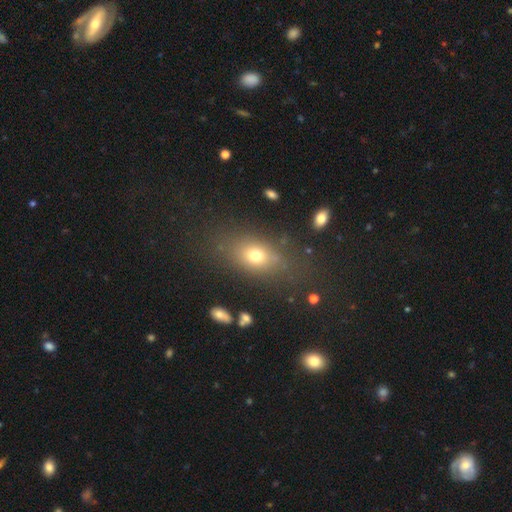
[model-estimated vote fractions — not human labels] Smooth or featured? Predicted: smooth (p=0.72). How rounded? Predicted: in between (p=0.70). Merging? Predicted: none (p=0.75).